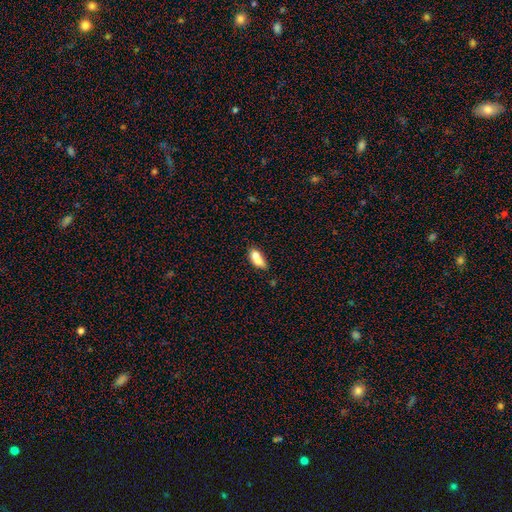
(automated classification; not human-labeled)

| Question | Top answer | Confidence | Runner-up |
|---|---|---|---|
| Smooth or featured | smooth | 71% | featured or disk (20%) |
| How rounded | in between | 78% | cigar-shaped (12%) |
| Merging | merger | 48% | none (27%) |